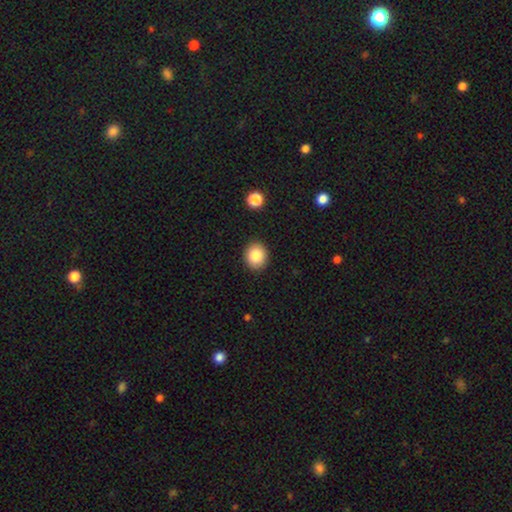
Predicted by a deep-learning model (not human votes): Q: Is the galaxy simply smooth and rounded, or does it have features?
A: smooth — 84%.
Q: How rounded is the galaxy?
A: round — 81%.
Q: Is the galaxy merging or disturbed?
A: none — 91%.